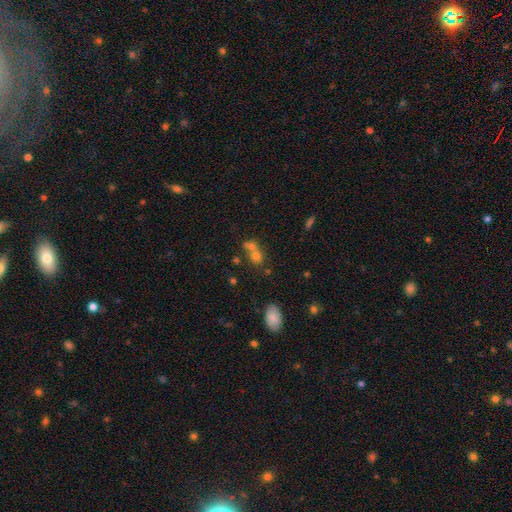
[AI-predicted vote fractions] The model was most divided on "how rounded": round: 59%, in between: 39%, cigar-shaped: 2%. More confident: smooth or featured — smooth (66%); merging — merger (56%).